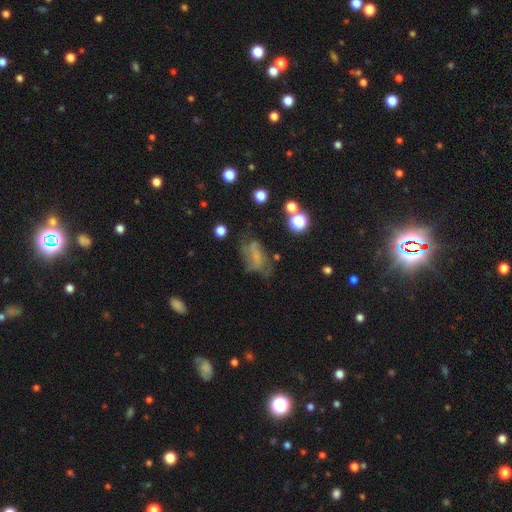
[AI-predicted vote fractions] featured or disk 42%, smooth 40%, star or artifact 18%. Down the decision tree: merging — none (41%).